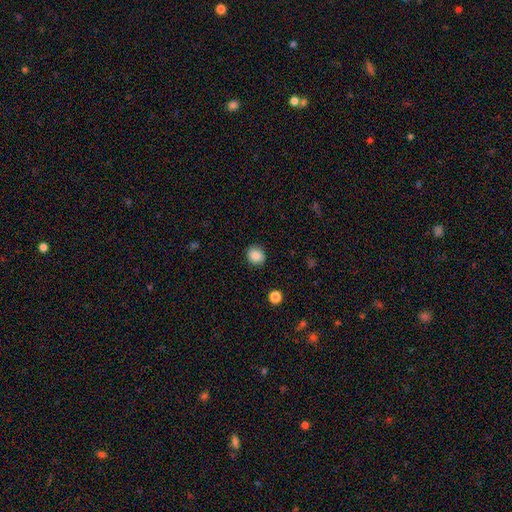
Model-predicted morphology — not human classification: Overall: smooth (86%). How rounded: round (74%). Merging: none (88%).